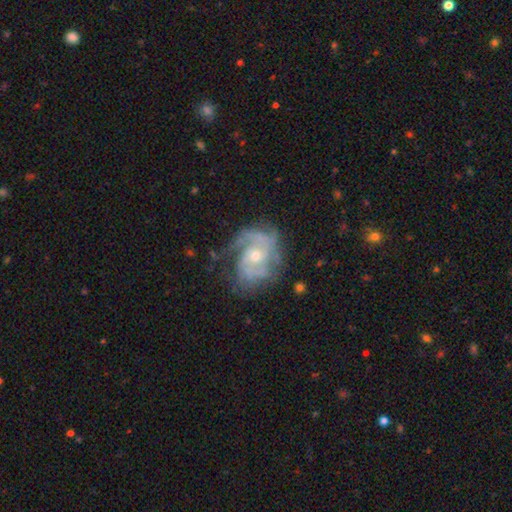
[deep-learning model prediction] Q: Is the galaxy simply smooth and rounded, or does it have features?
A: featured or disk — 87%.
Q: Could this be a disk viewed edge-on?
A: no — 98%.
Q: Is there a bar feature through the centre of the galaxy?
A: no — 70%.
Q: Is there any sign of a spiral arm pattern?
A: yes — 95%.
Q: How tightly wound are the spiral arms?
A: tight — 46%.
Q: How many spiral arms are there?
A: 2 — 37%.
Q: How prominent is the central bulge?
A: moderate — 52%.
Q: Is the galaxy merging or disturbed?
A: none — 61%.